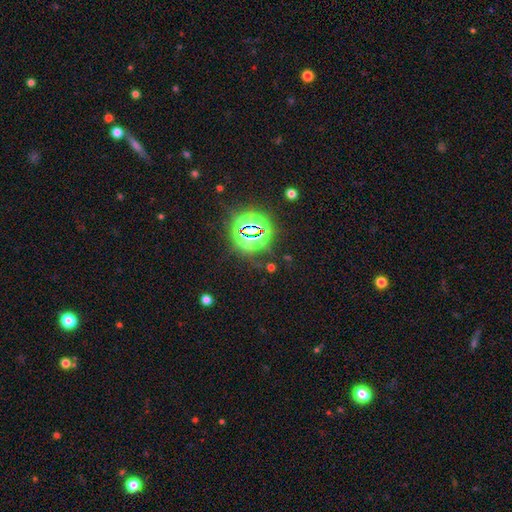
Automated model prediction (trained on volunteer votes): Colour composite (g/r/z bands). It shows a star or artifact, not a galaxy (81%).